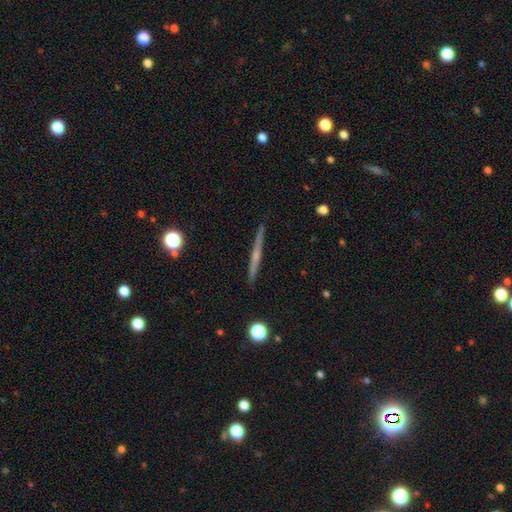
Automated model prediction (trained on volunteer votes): The model was most divided on "edge-on bulge": rounded: 48%, none: 46%, boxy: 6%. More confident: edge-on disk — yes (98%); merging — none (92%); smooth or featured — featured or disk (66%).